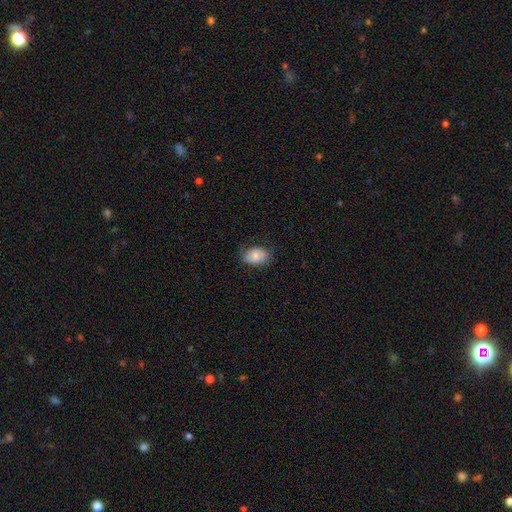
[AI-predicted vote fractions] Smooth or featured?
  - smooth: 72% *
  - featured or disk: 20%
  - star or artifact: 8%
How rounded?
  - in between: 79% *
  - round: 20%
  - cigar-shaped: 1%
Merging?
  - none: 72% *
  - minor disturbance: 21%
  - major disturbance: 6%
  - merger: 1%